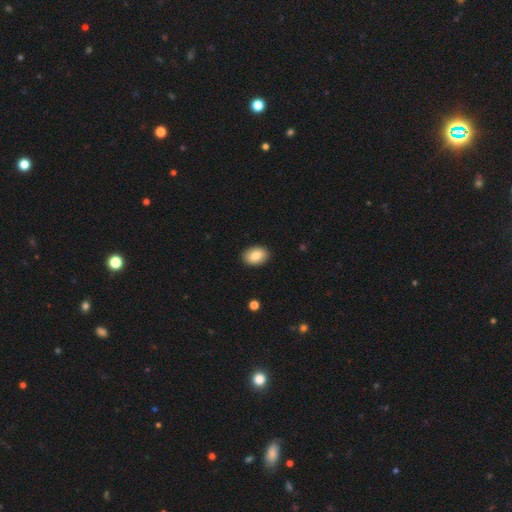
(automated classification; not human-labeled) smooth-or-featured: smooth: 85% | featured or disk: 8% | star or artifact: 7%
  how-rounded: in between: 79% | round: 20% | cigar-shaped: 1%
  merging: none: 90% | minor disturbance: 7% | major disturbance: 2% | merger: 1%